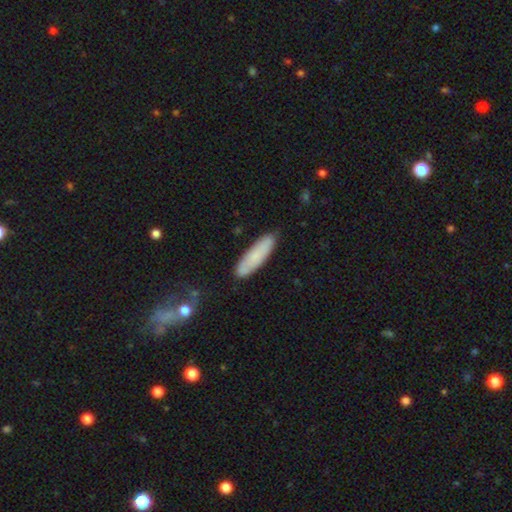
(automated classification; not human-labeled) Smooth or featured? Predicted: smooth (p=0.79). How rounded? Predicted: cigar-shaped (p=0.65). Merging? Predicted: none (p=0.84).